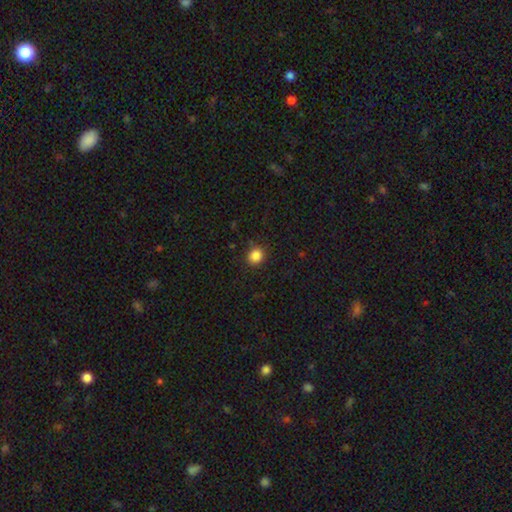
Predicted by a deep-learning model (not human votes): Q: Smooth or featured?
A: smooth (86%); runner-up: star or artifact (11%)
Q: How rounded?
A: round (82%); runner-up: in between (17%)
Q: Merging?
A: none (89%); runner-up: minor disturbance (7%)